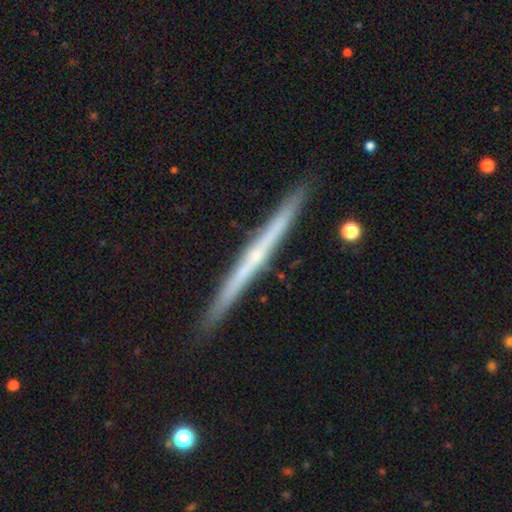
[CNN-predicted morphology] smooth_or_featured: featured or disk (p=0.68) [alt: smooth p=0.25]
disk_edge_on: yes (p=0.98) [alt: no p=0.02]
edge_on_bulge: none (p=0.66) [alt: rounded p=0.30]
merging: none (p=0.92) [alt: minor disturbance p=0.06]